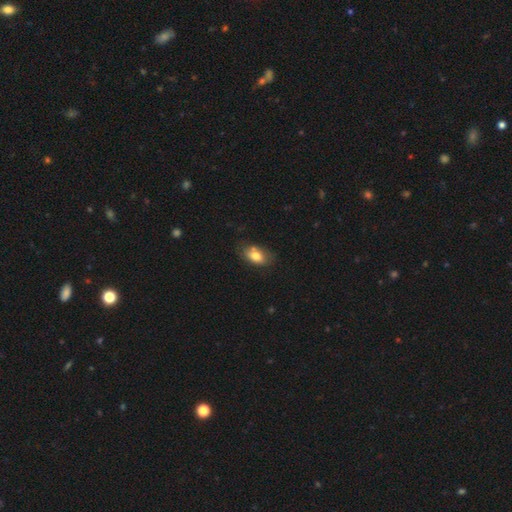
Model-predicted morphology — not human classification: Overall: smooth (77%). How rounded: in between (85%). Merging: none (63%).